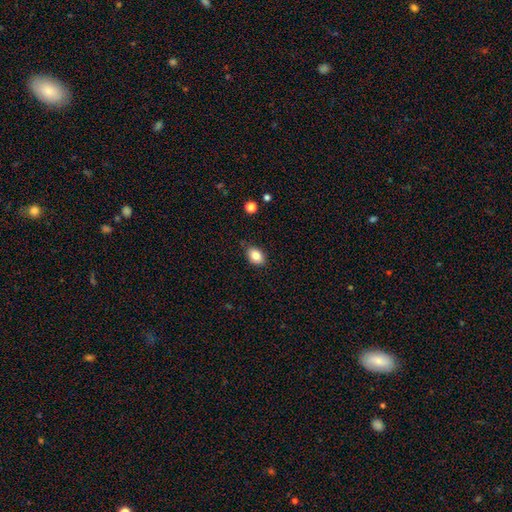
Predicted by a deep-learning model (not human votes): This appears to be a smooth galaxy with no disk features (84%) that is in between round and cigar-shaped (83%). Merging: none (83%).